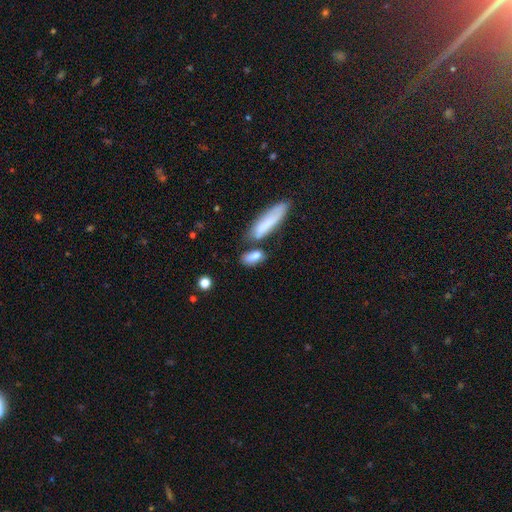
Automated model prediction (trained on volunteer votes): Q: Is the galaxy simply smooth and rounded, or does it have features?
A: smooth — 79%.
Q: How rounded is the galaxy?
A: in between — 67%.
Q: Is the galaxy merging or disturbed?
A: none — 53%.